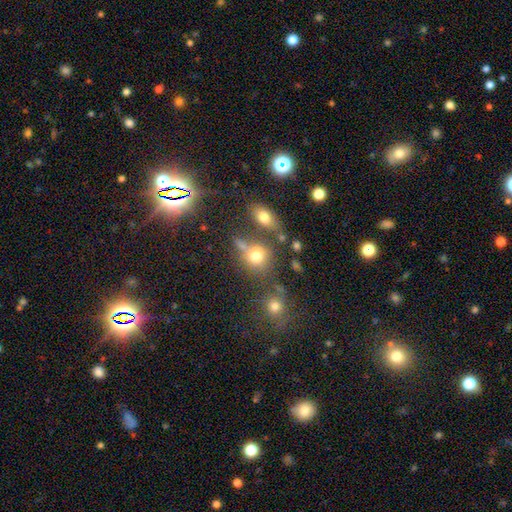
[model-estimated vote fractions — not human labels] This is likely a smooth galaxy (72%). How rounded: likely round (71%). Merging: possibly none (53%).